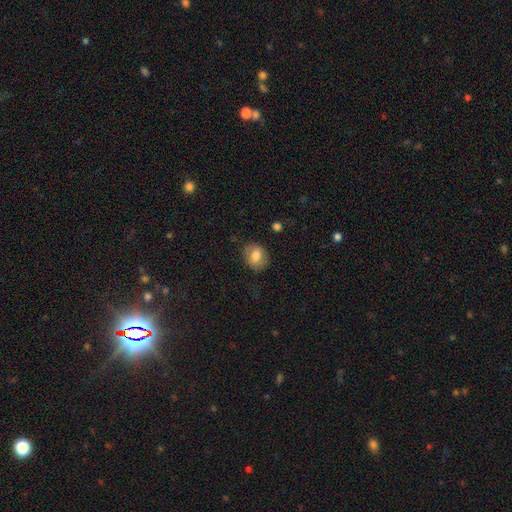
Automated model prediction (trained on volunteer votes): smooth_or_featured: smooth (p=0.77) [alt: featured or disk p=0.14]
how_rounded: round (p=0.56) [alt: in between p=0.43]
merging: none (p=0.80) [alt: minor disturbance p=0.15]